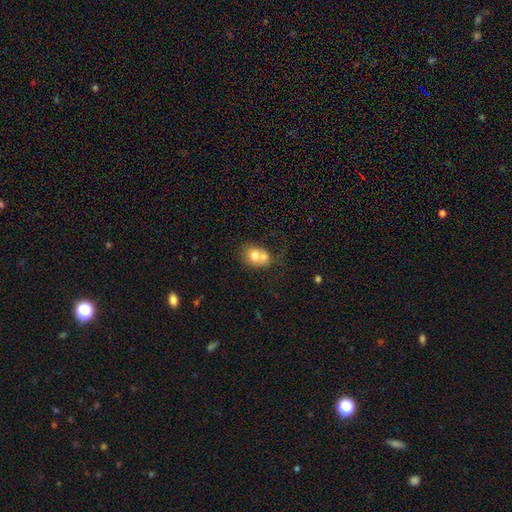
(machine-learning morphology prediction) A smooth galaxy with no disk features (69%) that is round (59%).

Vote fractions:
- Smooth or featured? smooth: 69% / featured or disk: 22% / star or artifact: 9%
- How rounded? round: 59% / in between: 40% / cigar-shaped: 1%
- Merging? merger: 61% / none: 24% / minor disturbance: 9% / major disturbance: 6%